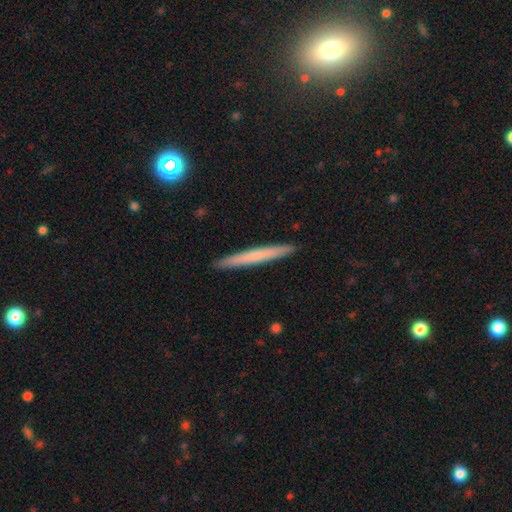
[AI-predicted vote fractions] This appears to be a smooth galaxy with no disk features (61%) that is cigar-shaped (97%). Merging: none (93%).